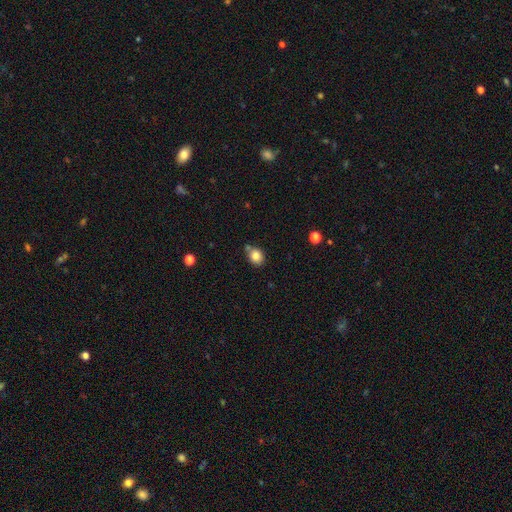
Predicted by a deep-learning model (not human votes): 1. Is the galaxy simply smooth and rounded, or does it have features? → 83% smooth, 10% star or artifact, 7% featured or disk.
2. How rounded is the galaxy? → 55% round, 44% in between, 1% cigar-shaped.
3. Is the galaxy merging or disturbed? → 67% none, 18% minor disturbance, 12% merger, 4% major disturbance.